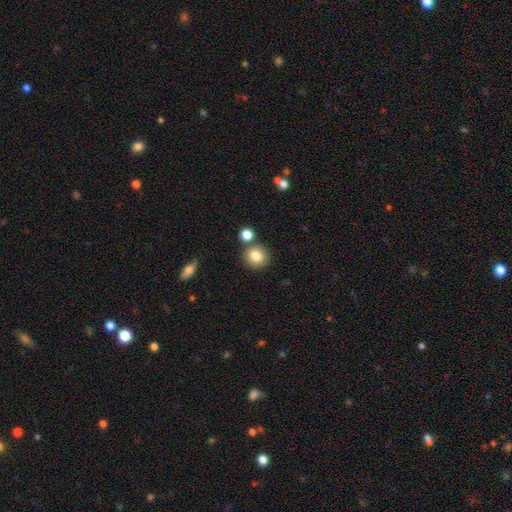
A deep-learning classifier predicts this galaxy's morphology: smooth_or_featured: smooth (p=0.82) [alt: star or artifact p=0.10]
how_rounded: round (p=0.89) [alt: in between p=0.10]
merging: none (p=0.77) [alt: merger p=0.12]